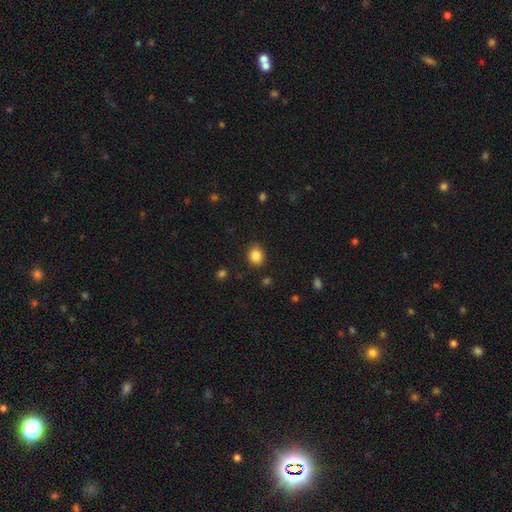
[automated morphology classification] This appears to be a smooth galaxy with no disk features (85%) that is round (57%). Merging: none (88%).